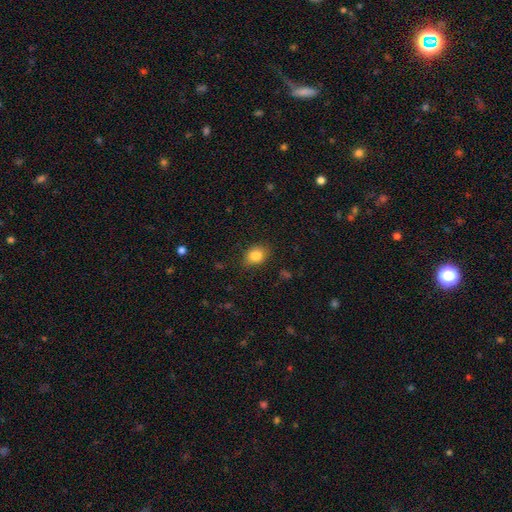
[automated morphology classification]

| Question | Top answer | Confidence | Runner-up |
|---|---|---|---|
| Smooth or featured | smooth | 83% | star or artifact (9%) |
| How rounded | in between | 63% | round (35%) |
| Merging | none | 83% | minor disturbance (13%) |